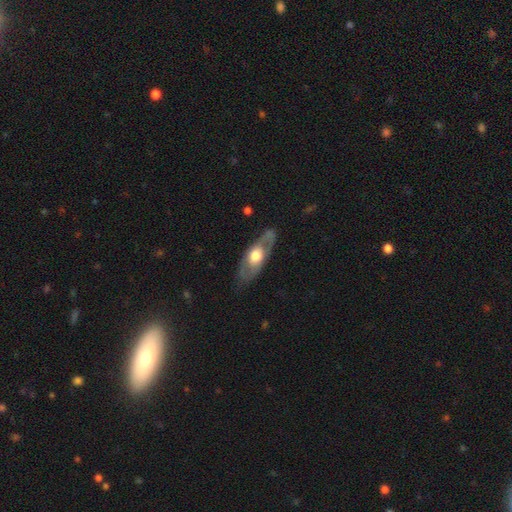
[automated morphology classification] Smooth or featured? featured or disk (59%)
Edge-on disk? no (66%)
Merging? none (77%)